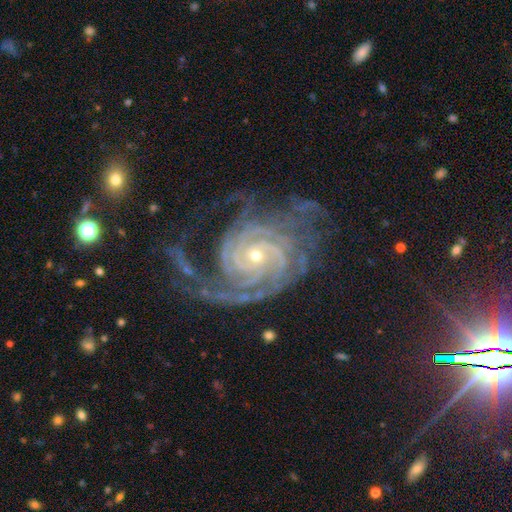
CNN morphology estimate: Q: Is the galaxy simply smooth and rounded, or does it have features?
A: featured or disk — 92%.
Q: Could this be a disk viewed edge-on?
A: no — 98%.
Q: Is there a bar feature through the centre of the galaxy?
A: no — 68%.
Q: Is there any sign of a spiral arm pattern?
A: yes — 99%.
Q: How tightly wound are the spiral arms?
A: tight — 76%.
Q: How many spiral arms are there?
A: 4 — 21%.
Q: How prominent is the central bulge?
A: small — 73%.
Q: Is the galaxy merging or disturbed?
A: none — 56%.